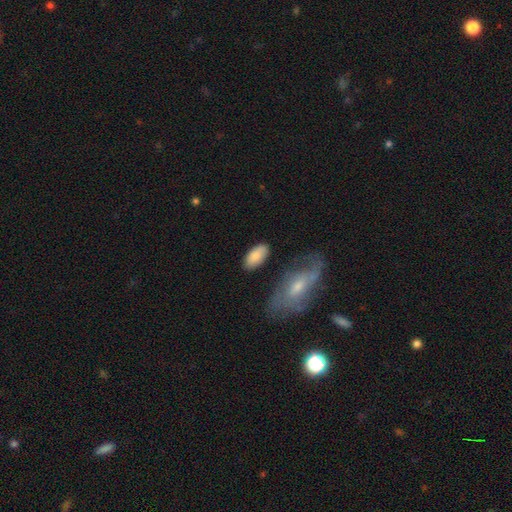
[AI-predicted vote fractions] smooth-or-featured: smooth: 83% | featured or disk: 11% | star or artifact: 6%
  how-rounded: in between: 93% | cigar-shaped: 5% | round: 2%
  merging: none: 78% | minor disturbance: 14% | merger: 4% | major disturbance: 4%